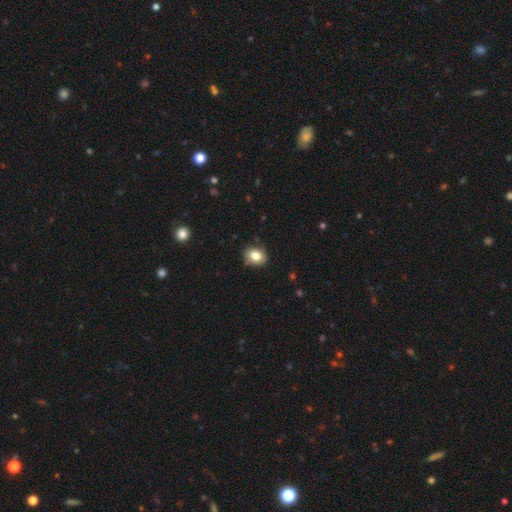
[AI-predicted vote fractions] This appears to be a smooth galaxy with no disk features (81%) that is round (52%). Merging: none (83%).